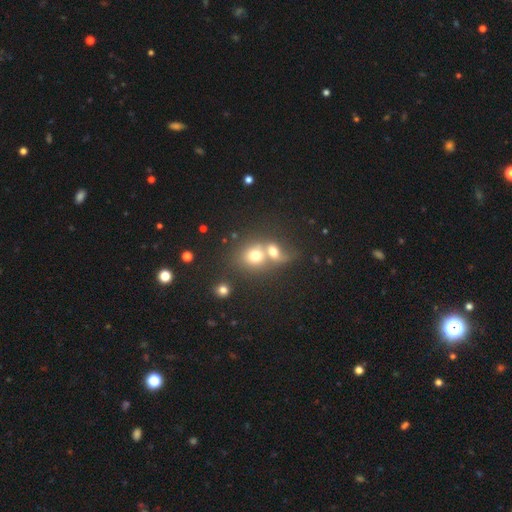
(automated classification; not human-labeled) This is likely a smooth galaxy (70%). How rounded: likely round (69%). Merging: likely merger (64%).